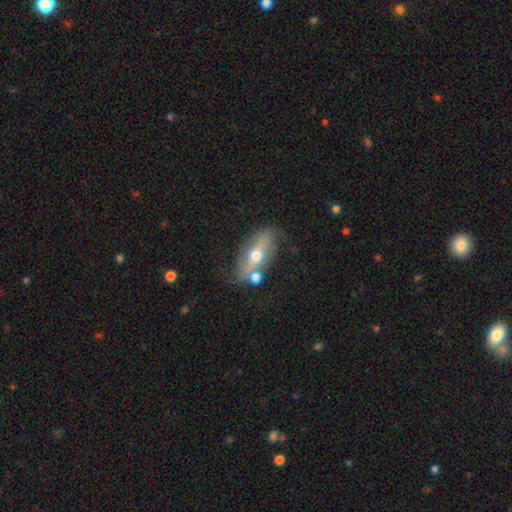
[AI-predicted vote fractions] Smooth or featured? Predicted: featured or disk (p=0.58). Edge-on disk? Predicted: no (p=0.67). Merging? Predicted: none (p=0.58).